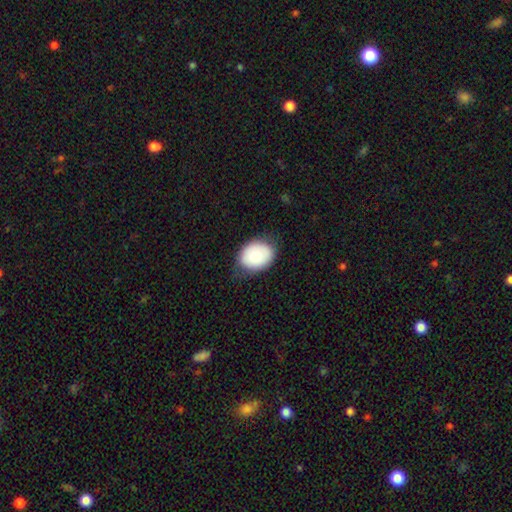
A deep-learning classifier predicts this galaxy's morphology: Smooth or featured? Predicted: smooth (p=0.84). How rounded? Predicted: in between (p=0.62). Merging? Predicted: none (p=0.69).